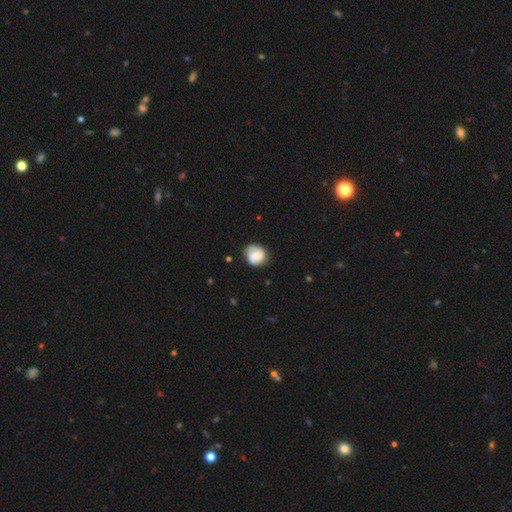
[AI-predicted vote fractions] Smooth or featured? Predicted: smooth (p=0.49). Merging? Predicted: none (p=0.69).